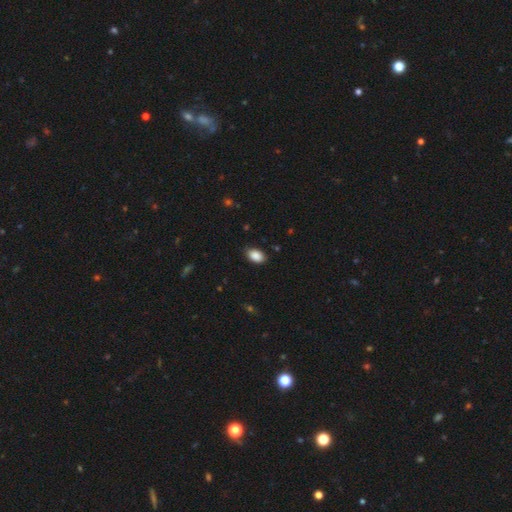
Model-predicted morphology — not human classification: The model was most divided on "merging": none: 85%, minor disturbance: 12%, major disturbance: 2%, merger: 1%. More confident: how rounded — in between (90%); smooth or featured — smooth (89%).